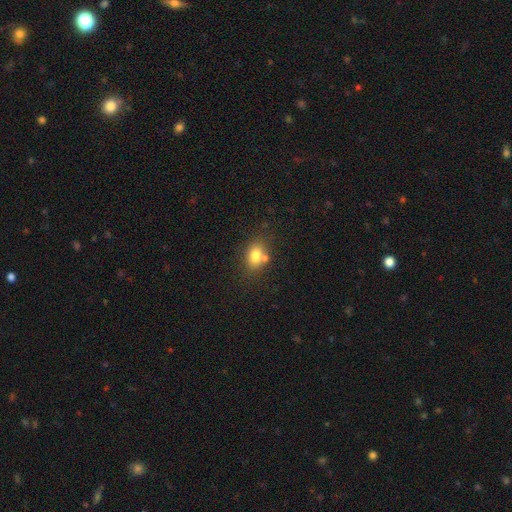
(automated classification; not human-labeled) The model was most divided on "how rounded": in between: 68%, round: 31%, cigar-shaped: 1%. More confident: smooth or featured — smooth (78%); merging — none (62%).